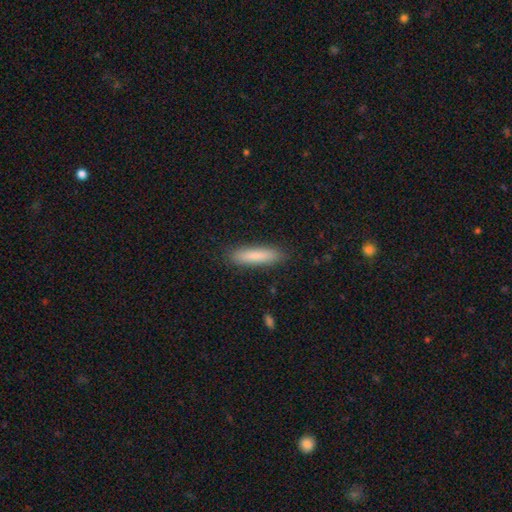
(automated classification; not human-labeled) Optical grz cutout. It shows a smooth galaxy with no disk features (83%) that is cigar-shaped (81%). Merging: none (88%).